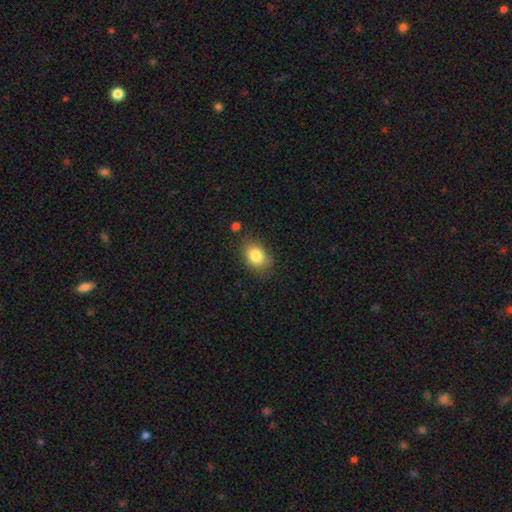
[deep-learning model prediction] smooth 83%, star or artifact 9%, featured or disk 8%. Down the decision tree: how rounded — in between (68%); merging — none (76%).